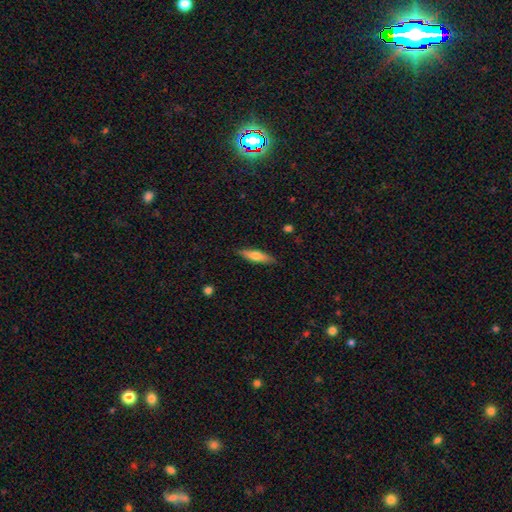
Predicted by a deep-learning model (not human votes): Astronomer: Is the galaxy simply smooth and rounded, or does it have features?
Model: smooth — 63%.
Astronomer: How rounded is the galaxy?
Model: cigar-shaped — 68%.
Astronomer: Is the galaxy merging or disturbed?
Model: none — 87%.